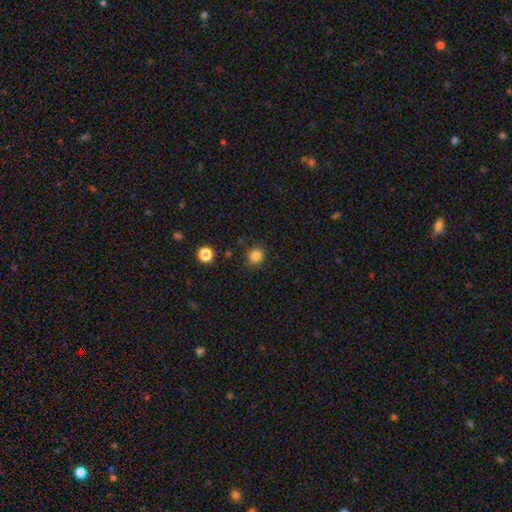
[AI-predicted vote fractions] The model was most divided on "smooth or featured": smooth: 84%, star or artifact: 12%, featured or disk: 4%. More confident: how rounded — round (86%); merging — none (85%).